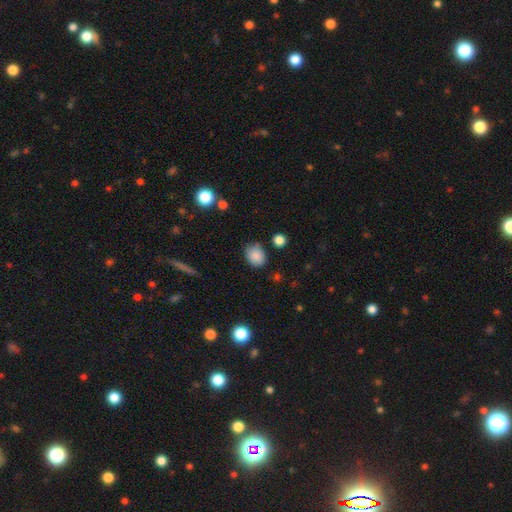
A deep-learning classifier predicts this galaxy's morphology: Smooth or featured: smooth — 86% (star or artifact — 9%)
How rounded: round — 50% (in between — 49%)
Merging: none — 71% (minor disturbance — 21%)